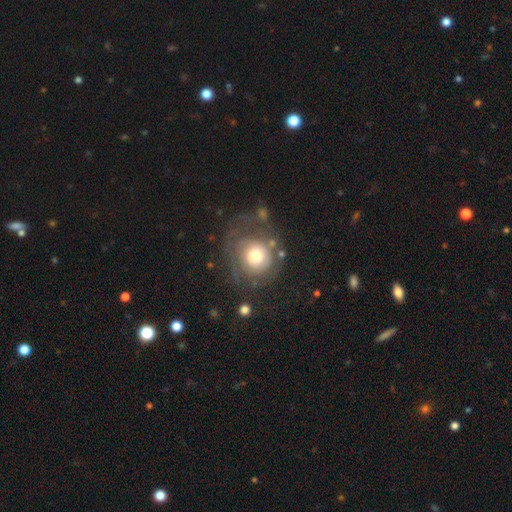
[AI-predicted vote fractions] A featured or disk galaxy (54%) with no bar (86%), spiral arms (70%) and a moderate central bulge (47%).

Vote fractions:
- Smooth or featured? featured or disk: 54% / smooth: 37% / star or artifact: 9%
- Edge-on disk? no: 97% / yes: 3%
- Bar? no: 86% / weak: 11% / strong: 3%
- Spiral arms? yes: 70% / no: 30%
- Bulge size? moderate: 47% / large: 37% / small: 9% / dominant: 5% / none: 1%
- Merging? none: 59% / major disturbance: 20% / minor disturbance: 18% / merger: 3%